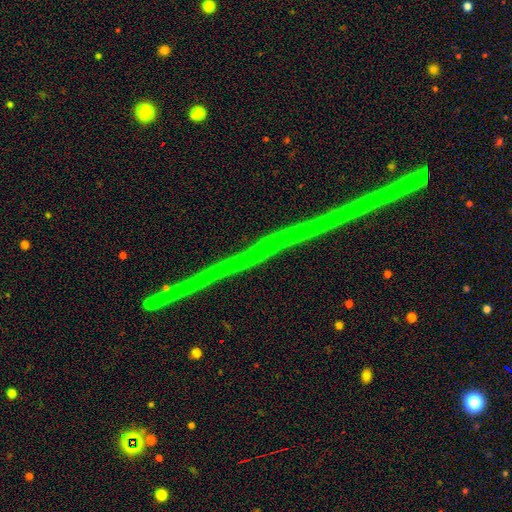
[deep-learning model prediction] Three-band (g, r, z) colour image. It shows a star or artifact, not a galaxy (85%).